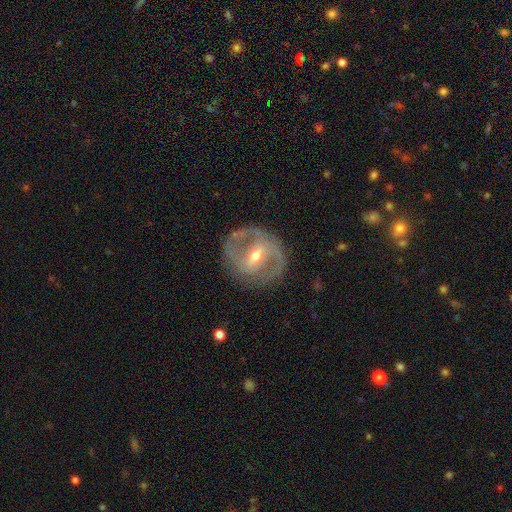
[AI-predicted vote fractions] Smooth or featured: featured or disk — 82% (smooth — 12%)
Edge-on disk: no — 96% (yes — 4%)
Bar: weak — 43% (strong — 40%)
Spiral arms: yes — 81% (no — 19%)
Spiral winding: medium — 50% (tight — 31%)
Spiral arm count: 2 — 82% (can't tell — 9%)
Bulge size: moderate — 58% (small — 38%)
Merging: none — 78% (minor disturbance — 14%)